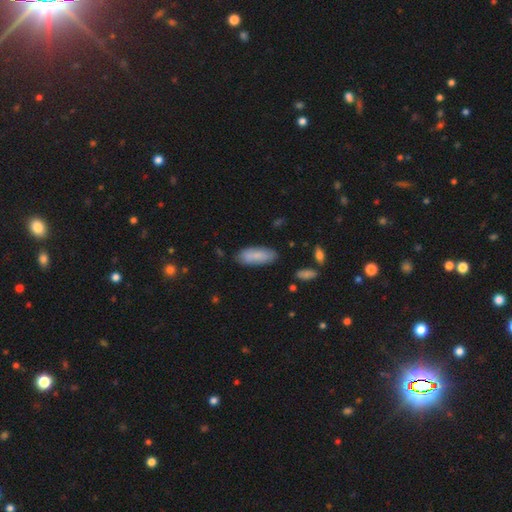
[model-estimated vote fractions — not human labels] This is likely a smooth galaxy (80%). How rounded: likely in between (77%). Merging: likely none (80%).